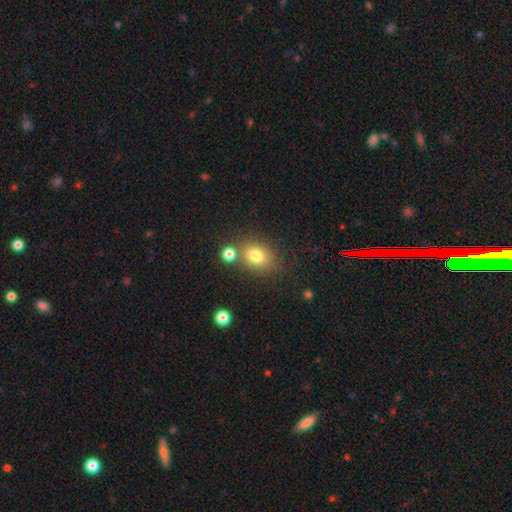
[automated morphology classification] Q: Smooth or featured?
A: smooth (78%); runner-up: star or artifact (12%)
Q: How rounded?
A: in between (61%); runner-up: round (38%)
Q: Merging?
A: none (68%); runner-up: merger (16%)